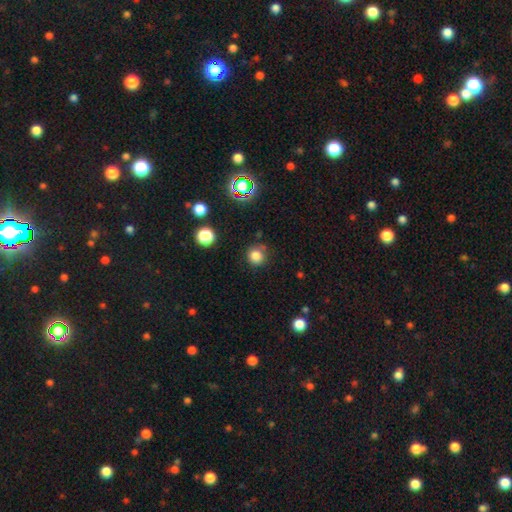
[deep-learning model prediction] Smooth or featured? Predicted: smooth (p=0.80). How rounded? Predicted: round (p=0.92). Merging? Predicted: none (p=0.79).